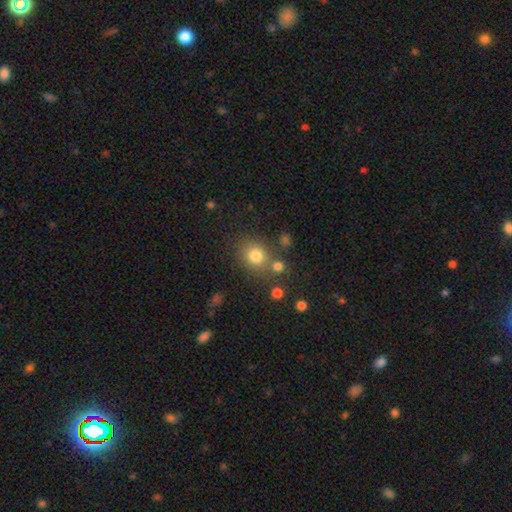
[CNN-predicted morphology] Smooth or featured? smooth (78%)
How rounded? round (76%)
Merging? none (71%)